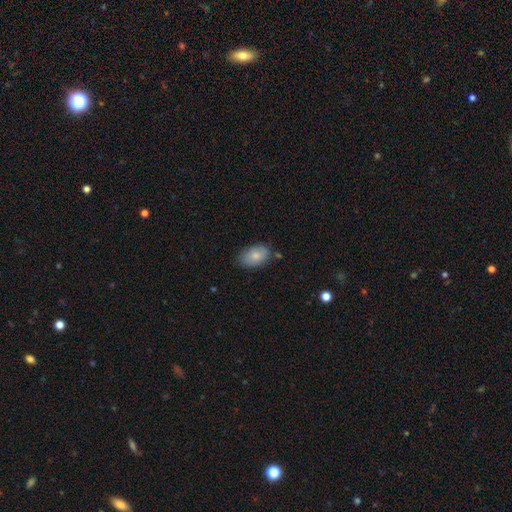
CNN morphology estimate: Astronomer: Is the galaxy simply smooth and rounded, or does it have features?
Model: smooth — 80%.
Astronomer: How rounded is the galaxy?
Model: in between — 90%.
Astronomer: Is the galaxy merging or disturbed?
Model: none — 75%.